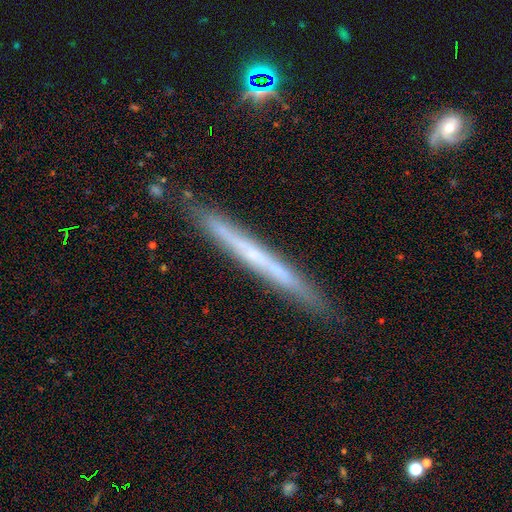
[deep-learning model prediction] featured or disk 58%, smooth 34%, star or artifact 8%. Down the decision tree: edge-on disk — yes (95%); edge-on bulge — none (83%); merging — none (88%).